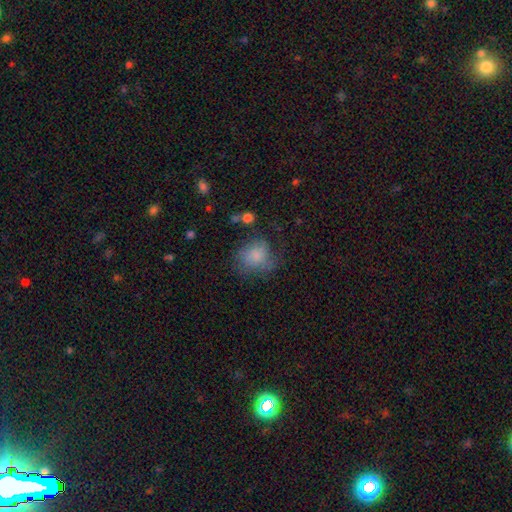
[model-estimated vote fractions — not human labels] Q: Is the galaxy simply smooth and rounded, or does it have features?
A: smooth — 75%.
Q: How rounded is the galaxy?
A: round — 62%.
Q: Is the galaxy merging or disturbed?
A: none — 49%.